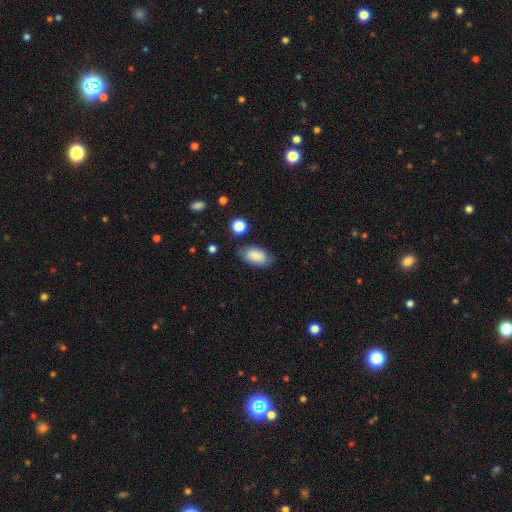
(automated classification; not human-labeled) Morphology: type=smooth (88%); roundness=in between (94%); merging=none (80%).